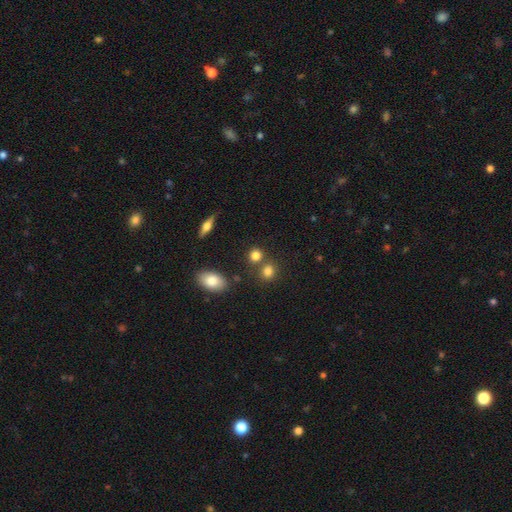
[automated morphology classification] Smooth or featured?
  - smooth: 81% *
  - star or artifact: 12%
  - featured or disk: 7%
How rounded?
  - round: 77% *
  - in between: 22%
  - cigar-shaped: 2%
Merging?
  - none: 67% *
  - merger: 21%
  - minor disturbance: 9%
  - major disturbance: 3%